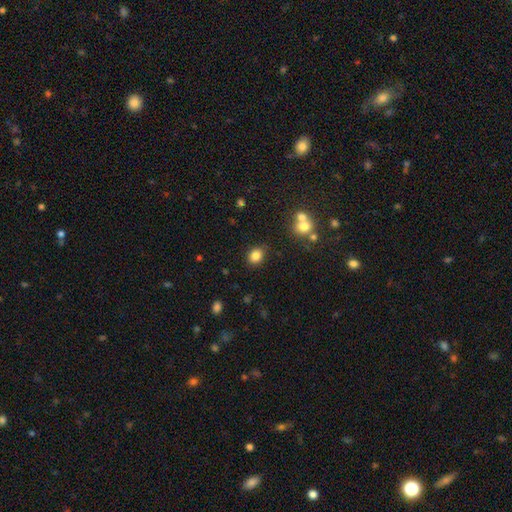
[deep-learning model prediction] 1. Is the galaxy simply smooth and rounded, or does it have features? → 83% smooth, 11% star or artifact, 6% featured or disk.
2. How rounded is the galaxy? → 53% round, 46% in between, 1% cigar-shaped.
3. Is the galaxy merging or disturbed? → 84% none, 10% minor disturbance, 3% merger, 3% major disturbance.